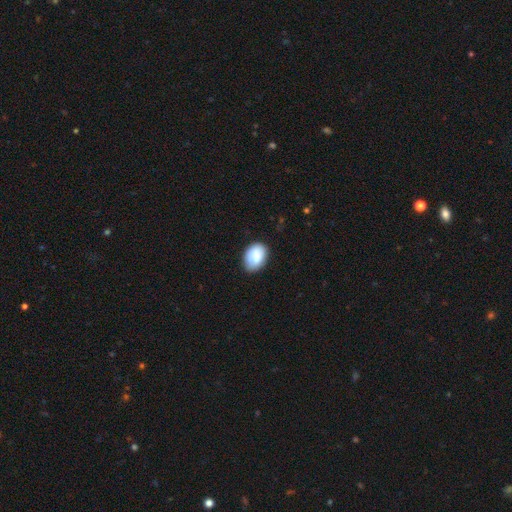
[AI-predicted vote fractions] This appears to be a smooth galaxy with no disk features (87%) that is in between round and cigar-shaped (84%). Merging: none (78%).